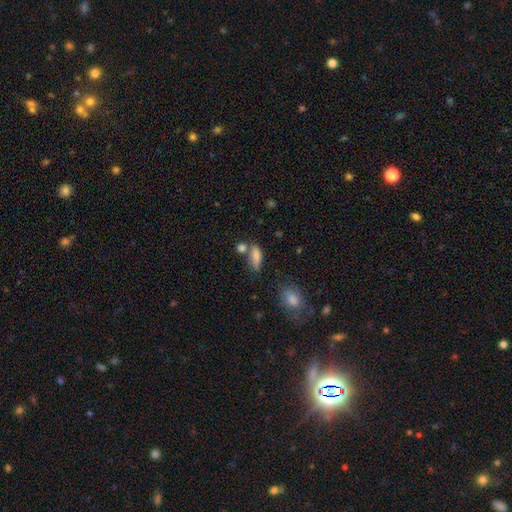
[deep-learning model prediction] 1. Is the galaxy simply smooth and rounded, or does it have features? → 81% smooth, 10% featured or disk, 9% star or artifact.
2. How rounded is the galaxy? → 67% in between, 28% cigar-shaped, 6% round.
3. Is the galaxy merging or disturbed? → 47% none, 26% merger, 19% minor disturbance, 8% major disturbance.